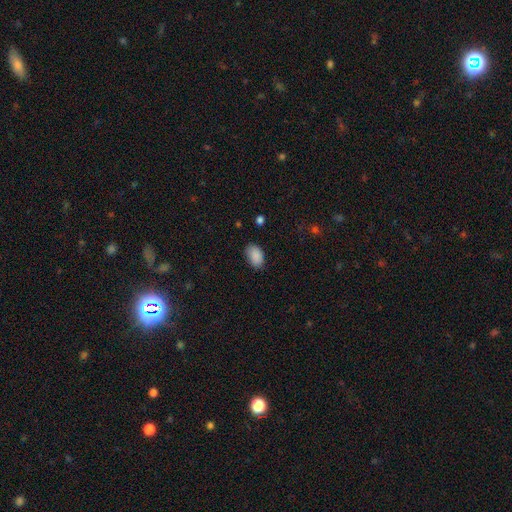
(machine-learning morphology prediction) Overall: smooth (89%). How rounded: in between (90%). Merging: none (81%).